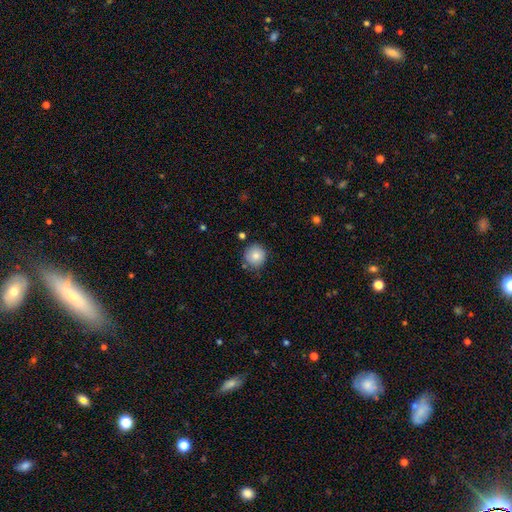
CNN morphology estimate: A smooth galaxy with no disk features (82%) that is round (93%).

Vote fractions:
- Smooth or featured? smooth: 82% / star or artifact: 9% / featured or disk: 9%
- How rounded? round: 93% / in between: 6% / cigar-shaped: 1%
- Merging? none: 79% / minor disturbance: 14% / merger: 4% / major disturbance: 3%